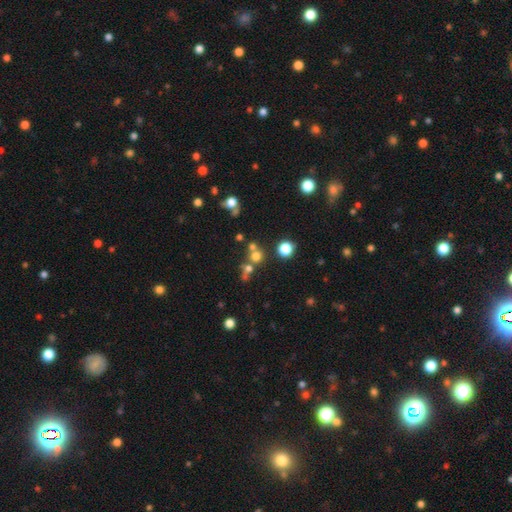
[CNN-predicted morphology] A smooth galaxy with no disk features (62%) that is round (89%). Merging: none (52%).